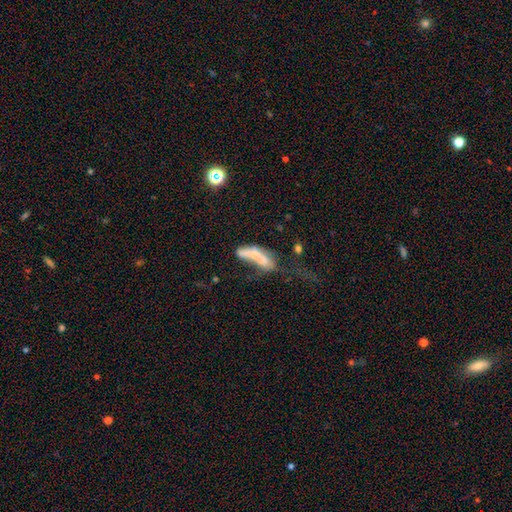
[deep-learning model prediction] smooth_or_featured: smooth (p=0.51) [alt: featured or disk p=0.37]
how_rounded: in between (p=0.61) [alt: cigar-shaped p=0.34]
merging: merger (p=0.45) [alt: major disturbance p=0.27]